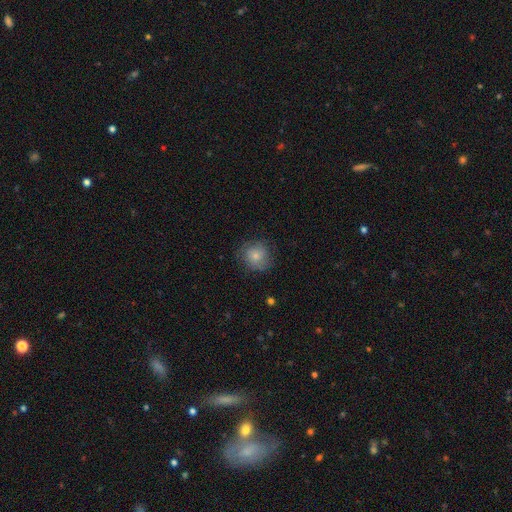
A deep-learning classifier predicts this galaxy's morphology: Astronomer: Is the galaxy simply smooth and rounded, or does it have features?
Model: smooth — 74%.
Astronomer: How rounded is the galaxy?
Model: round — 87%.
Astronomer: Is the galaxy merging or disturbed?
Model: none — 73%.